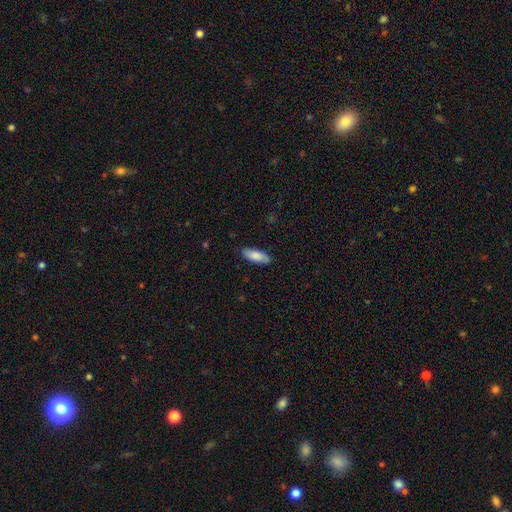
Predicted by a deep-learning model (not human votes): Q: Smooth or featured?
A: smooth (83%); runner-up: featured or disk (11%)
Q: How rounded?
A: in between (70%); runner-up: cigar-shaped (28%)
Q: Merging?
A: none (85%); runner-up: minor disturbance (12%)